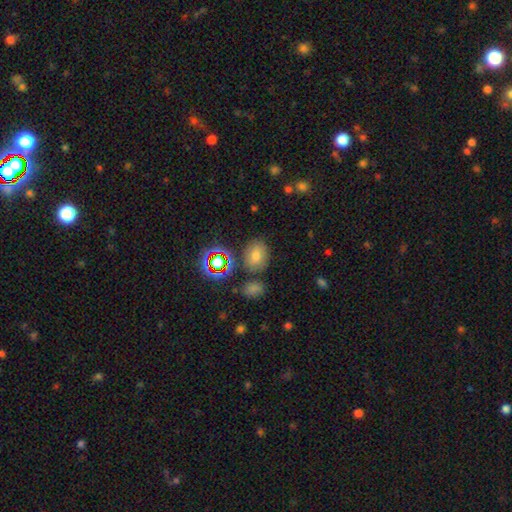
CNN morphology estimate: type=smooth (62%); roundness=in between (58%); merging=none (76%).